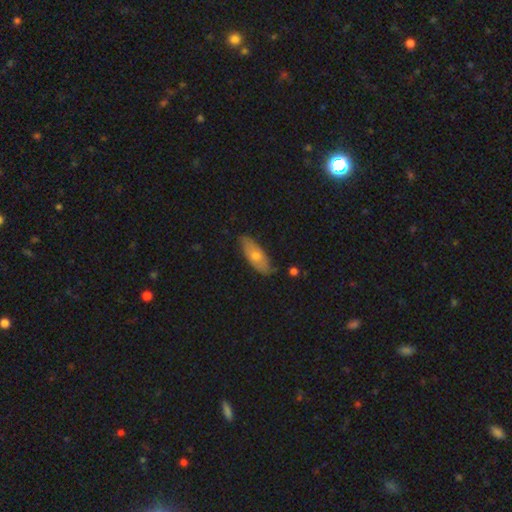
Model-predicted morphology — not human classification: A smooth galaxy with no disk features (58%) that is in between round and cigar-shaped (70%).

Vote fractions:
- Smooth or featured? smooth: 58% / featured or disk: 35% / star or artifact: 6%
- How rounded? in between: 70% / cigar-shaped: 26% / round: 3%
- Merging? none: 79% / minor disturbance: 17% / major disturbance: 2% / merger: 2%